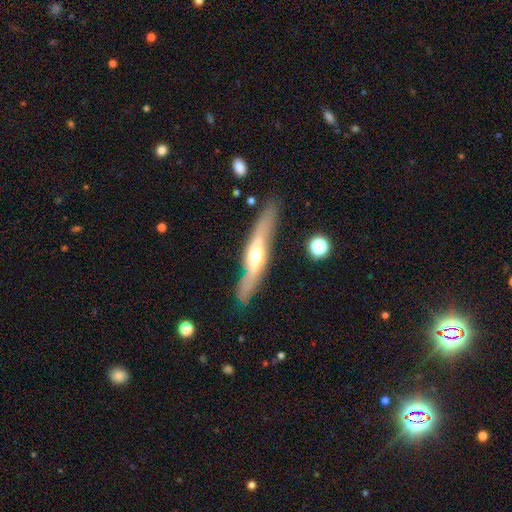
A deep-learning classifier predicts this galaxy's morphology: Smooth or featured: featured or disk — 62% (smooth — 32%)
Edge-on disk: yes — 84% (no — 16%)
Edge-on bulge: rounded — 87% (none — 8%)
Merging: none — 84% (minor disturbance — 11%)